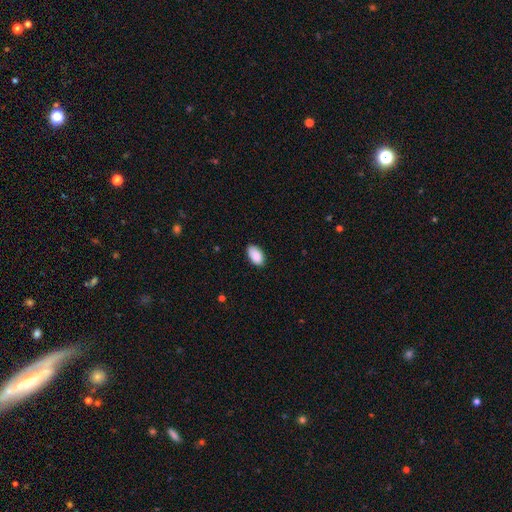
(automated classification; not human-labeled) Smooth or featured: smooth — 90% (star or artifact — 7%)
How rounded: in between — 95% (round — 4%)
Merging: none — 85% (minor disturbance — 12%)